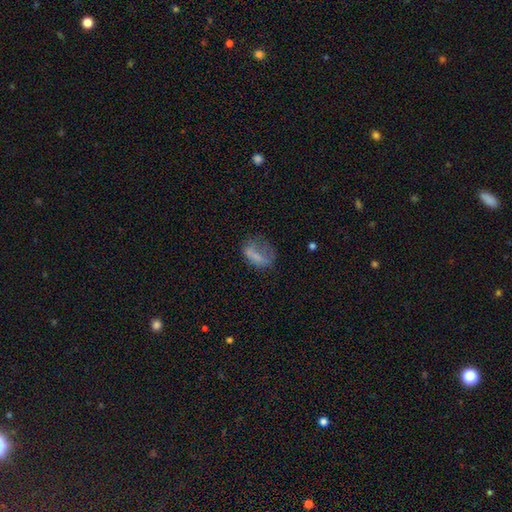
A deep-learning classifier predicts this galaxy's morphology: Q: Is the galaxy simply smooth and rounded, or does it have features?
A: smooth — 60%.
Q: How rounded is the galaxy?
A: in between — 77%.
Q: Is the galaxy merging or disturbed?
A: major disturbance — 39%.